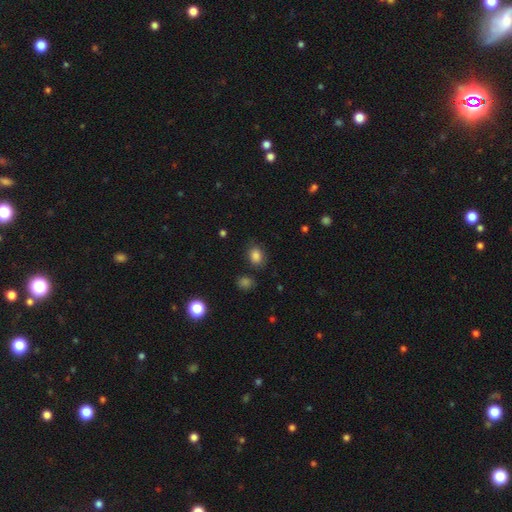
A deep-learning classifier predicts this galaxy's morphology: The model was most divided on "how rounded": in between: 62%, round: 37%, cigar-shaped: 1%. More confident: smooth or featured — smooth (83%); merging — none (77%).